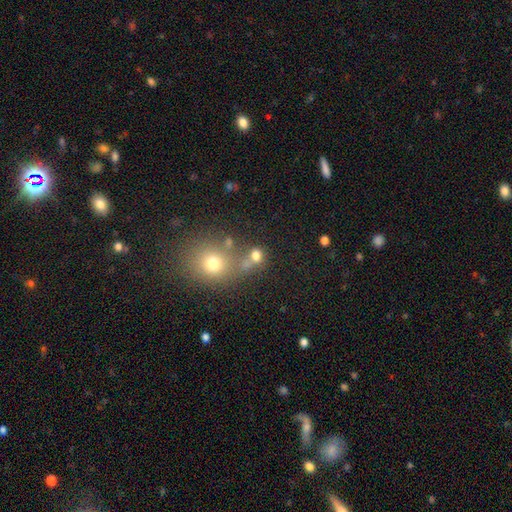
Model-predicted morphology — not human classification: Smooth or featured?
  - smooth: 72% *
  - star or artifact: 17%
  - featured or disk: 10%
How rounded?
  - round: 73% *
  - in between: 25%
  - cigar-shaped: 2%
Merging?
  - none: 51% *
  - merger: 32%
  - minor disturbance: 10%
  - major disturbance: 7%